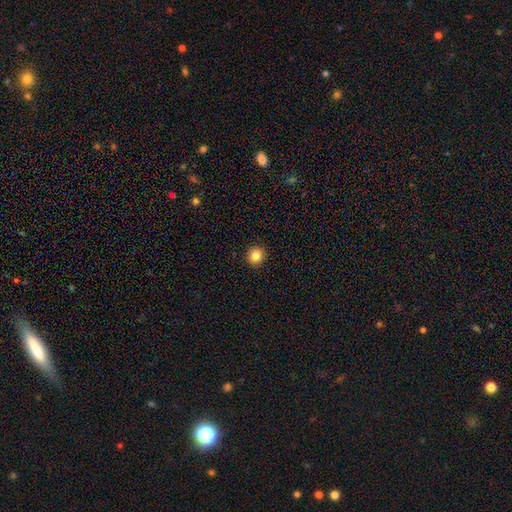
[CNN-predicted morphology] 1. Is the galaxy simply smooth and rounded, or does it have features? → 85% smooth, 11% star or artifact, 5% featured or disk.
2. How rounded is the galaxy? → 91% round, 8% in between, 1% cigar-shaped.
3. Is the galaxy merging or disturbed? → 93% none, 5% minor disturbance, 2% major disturbance, 1% merger.